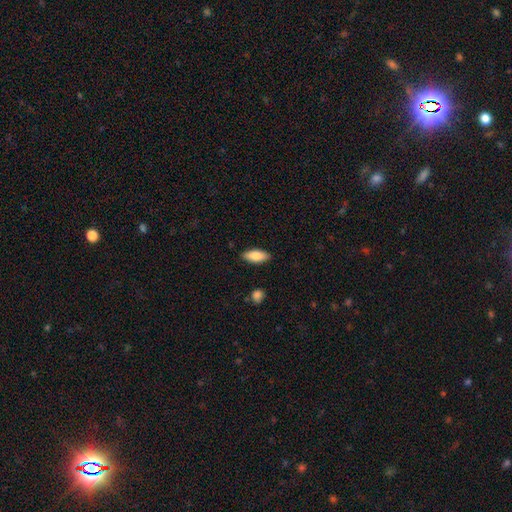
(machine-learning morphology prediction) smooth 82%, featured or disk 12%, star or artifact 6%. Down the decision tree: how rounded — in between (80%); merging — none (87%).